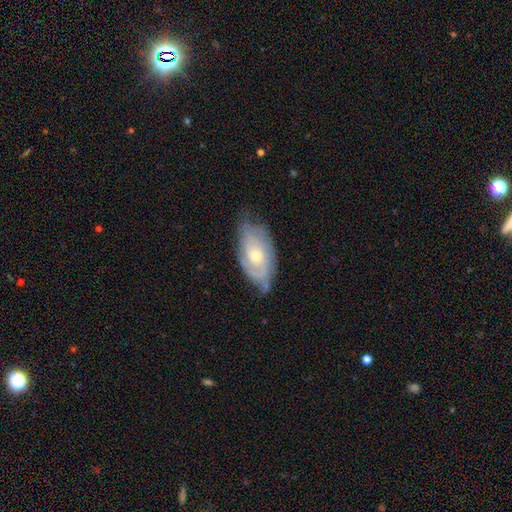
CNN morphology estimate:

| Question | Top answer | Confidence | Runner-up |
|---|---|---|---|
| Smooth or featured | featured or disk | 75% | smooth (19%) |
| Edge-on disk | no | 93% | yes (7%) |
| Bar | no | 75% | weak (22%) |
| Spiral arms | yes | 88% | no (12%) |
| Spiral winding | tight | 63% | medium (28%) |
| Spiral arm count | can't tell | 44% | 2 (30%) |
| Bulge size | moderate | 55% | small (41%) |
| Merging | none | 61% | minor disturbance (29%) |